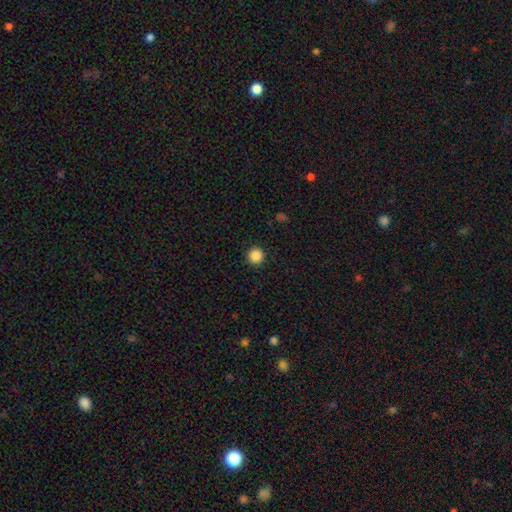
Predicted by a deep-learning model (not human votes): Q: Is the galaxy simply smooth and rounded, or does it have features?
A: smooth — 87%.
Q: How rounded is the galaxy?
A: round — 96%.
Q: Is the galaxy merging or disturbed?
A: none — 93%.